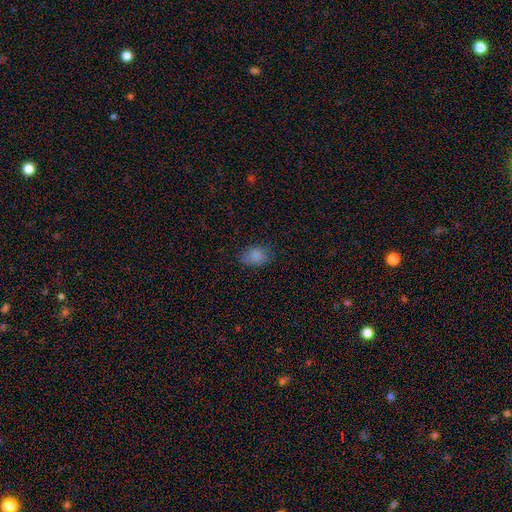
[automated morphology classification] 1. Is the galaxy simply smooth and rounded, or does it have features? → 85% smooth, 10% star or artifact, 5% featured or disk.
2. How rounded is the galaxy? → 78% in between, 21% round, 1% cigar-shaped.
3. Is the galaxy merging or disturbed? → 77% none, 18% minor disturbance, 4% major disturbance, 1% merger.